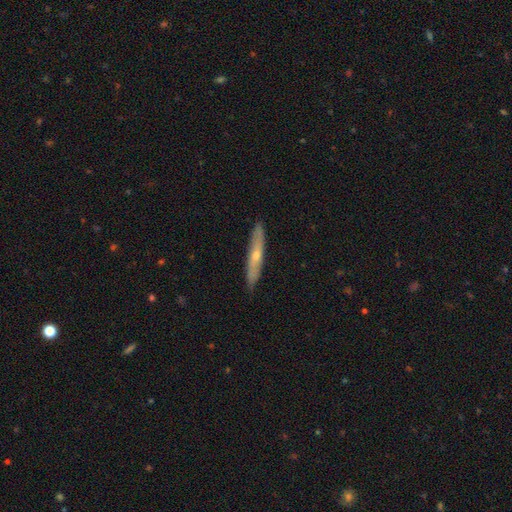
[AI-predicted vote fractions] Overall: featured or disk (53%; smooth 41%). Edge-on disk: yes (82%). Merging: none (89%).